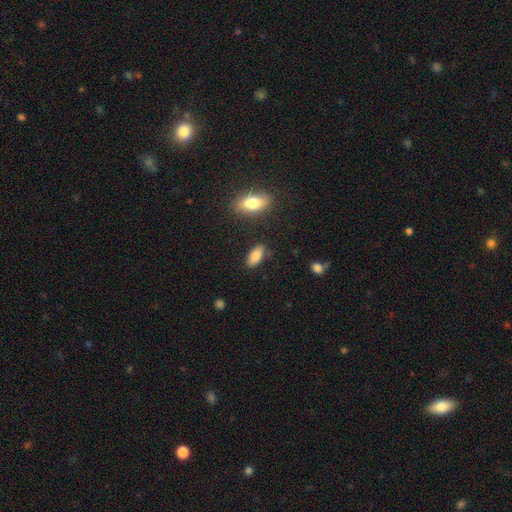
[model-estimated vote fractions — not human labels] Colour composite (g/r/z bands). It shows a smooth galaxy with no disk features (84%) that is in between round and cigar-shaped (89%). Merging: none (82%).